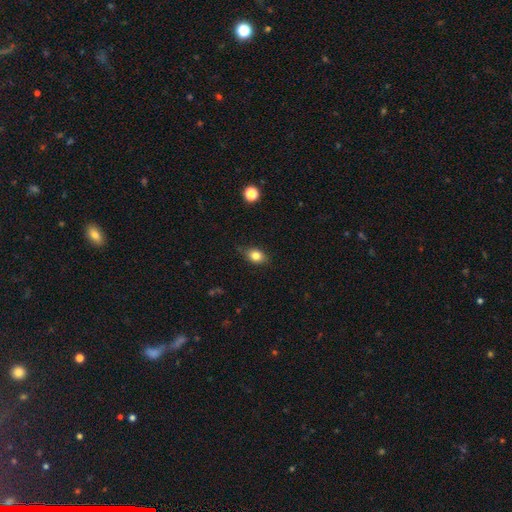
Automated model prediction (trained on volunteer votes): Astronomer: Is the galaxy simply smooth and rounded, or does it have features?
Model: smooth — 80%.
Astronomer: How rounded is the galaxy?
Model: in between — 74%.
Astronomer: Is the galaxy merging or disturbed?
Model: none — 78%.